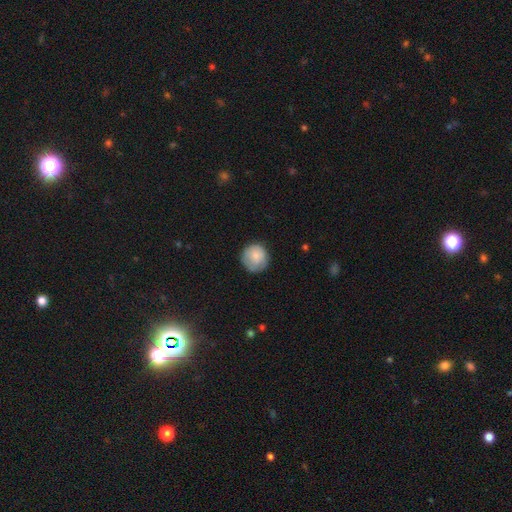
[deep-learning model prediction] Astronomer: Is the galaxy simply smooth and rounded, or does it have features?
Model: smooth — 82%.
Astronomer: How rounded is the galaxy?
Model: round — 92%.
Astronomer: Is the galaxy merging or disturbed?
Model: none — 79%.